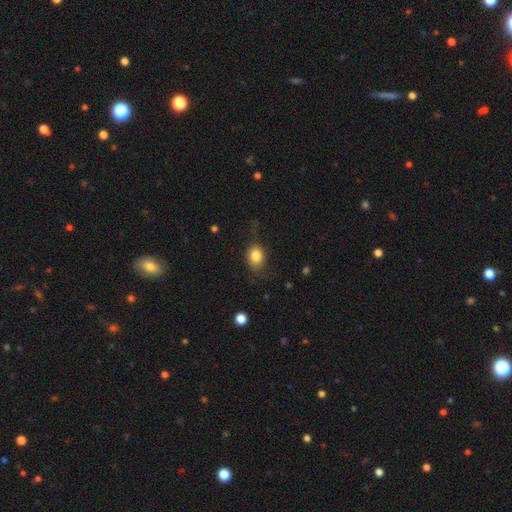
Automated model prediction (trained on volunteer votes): Overall: smooth (82%). How rounded: in between (60%; round 39%). Merging: none (66%).